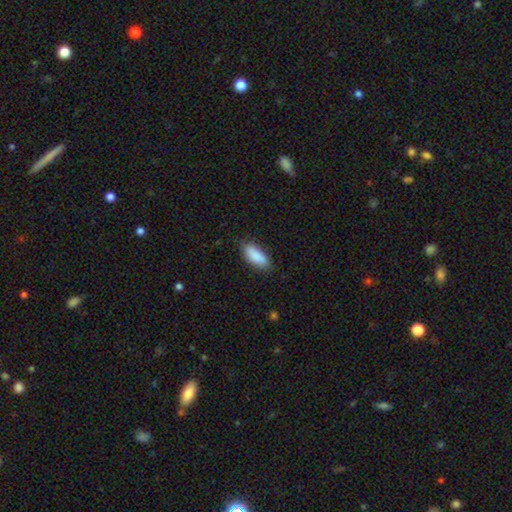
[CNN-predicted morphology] smooth-or-featured: smooth: 89% | star or artifact: 6% | featured or disk: 5%
  how-rounded: in between: 81% | cigar-shaped: 18% | round: 2%
  merging: none: 80% | minor disturbance: 16% | major disturbance: 3% | merger: 1%